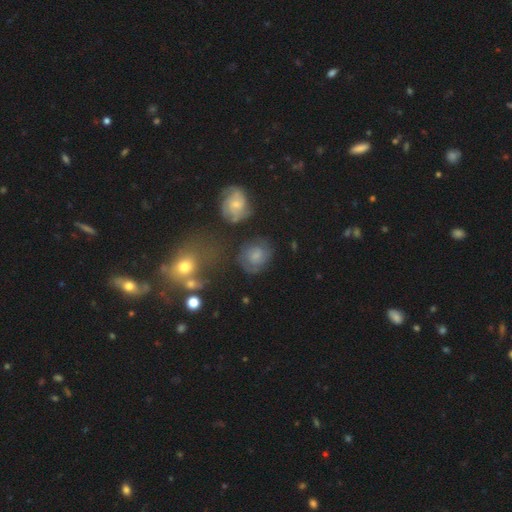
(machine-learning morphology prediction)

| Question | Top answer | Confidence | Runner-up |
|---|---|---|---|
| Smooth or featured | featured or disk | 45% | smooth (44%) |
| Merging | none | 65% | minor disturbance (19%) |